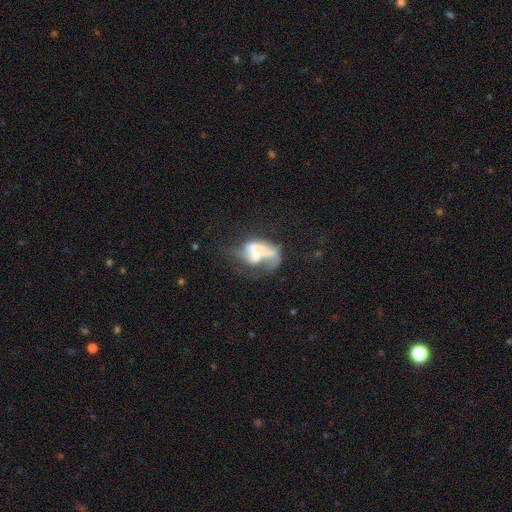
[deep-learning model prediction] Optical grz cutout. It shows a featured or disk galaxy (50%). Merging: merger (51%).